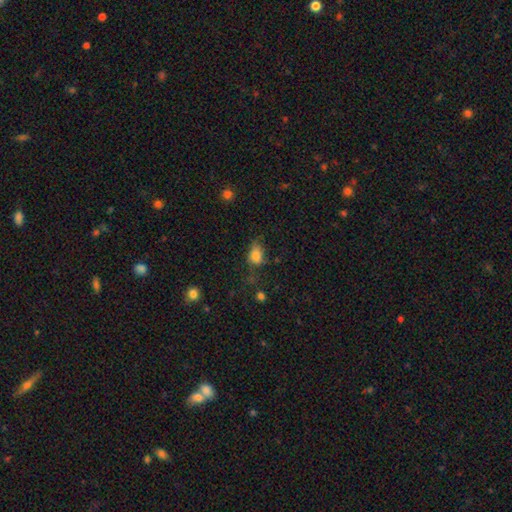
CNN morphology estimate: The model was most divided on "merging": none: 46%, minor disturbance: 32%, major disturbance: 18%, merger: 4%. More confident: smooth or featured — smooth (78%); how rounded — in between (74%).